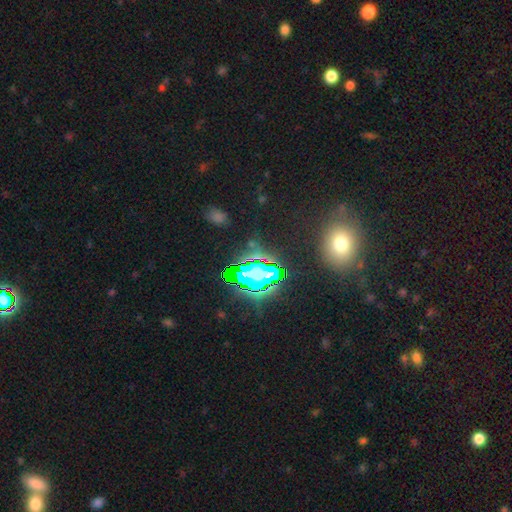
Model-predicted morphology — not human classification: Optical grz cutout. It shows a star or artifact, not a galaxy (73%).